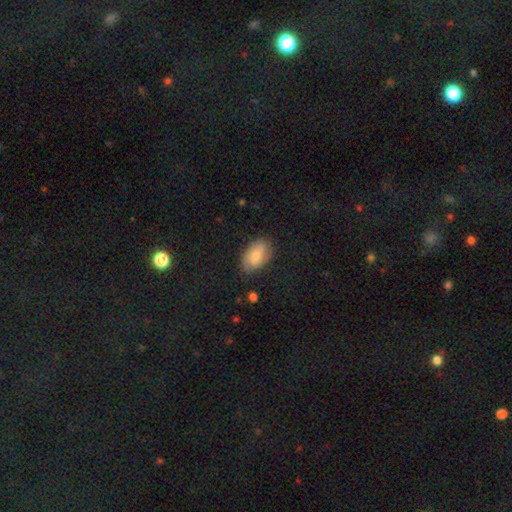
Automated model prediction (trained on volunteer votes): Morphology: type=smooth (64%); roundness=in between (92%); merging=none (73%).